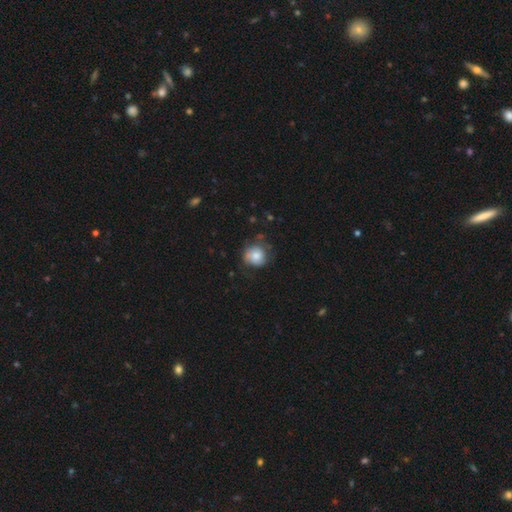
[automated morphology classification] Smooth or featured? Predicted: smooth (p=0.65). How rounded? Predicted: round (p=0.84). Merging? Predicted: none (p=0.60).